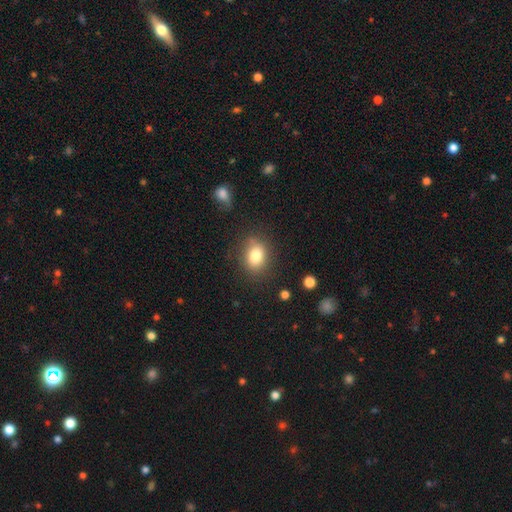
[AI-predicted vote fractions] Morphology: type=smooth (82%); roundness=in between (57%); merging=none (78%).